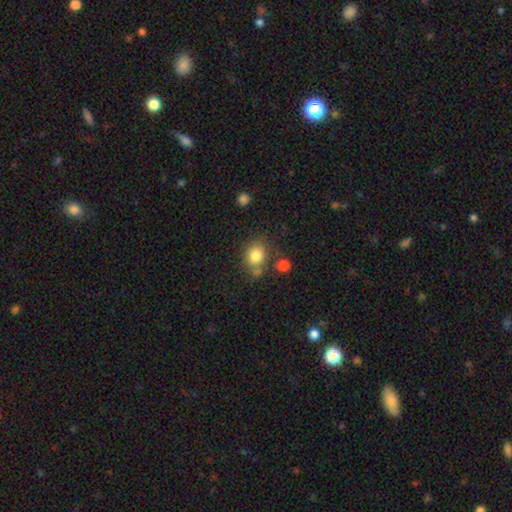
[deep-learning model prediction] Smooth or featured? smooth (82%)
How rounded? round (59%)
Merging? none (63%)